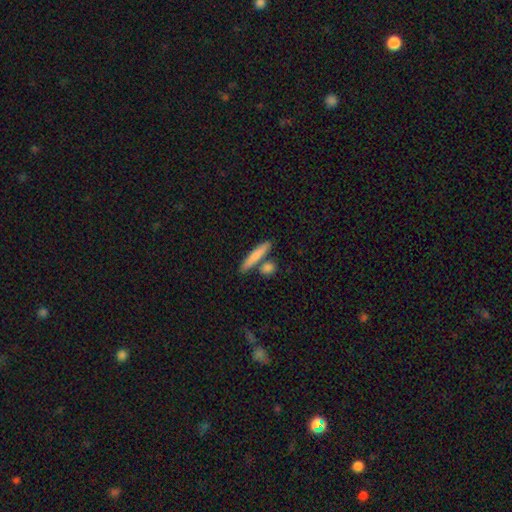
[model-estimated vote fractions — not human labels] smooth_or_featured: smooth (p=0.78) [alt: featured or disk p=0.16]
how_rounded: cigar-shaped (p=0.85) [alt: in between p=0.11]
merging: none (p=0.75) [alt: merger p=0.13]